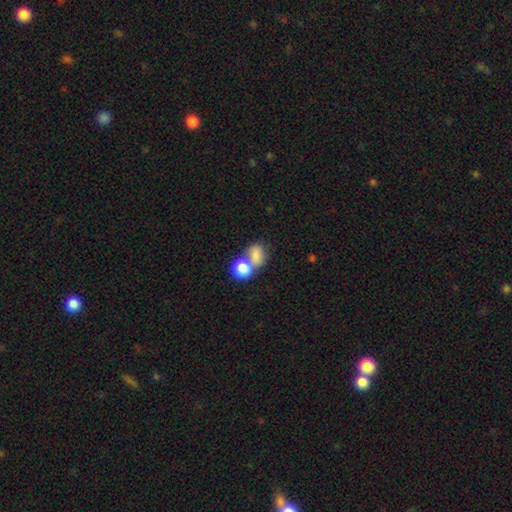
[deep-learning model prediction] This is clearly a smooth galaxy (80%). How rounded: possibly in between (59%). Merging: likely merger (60%).